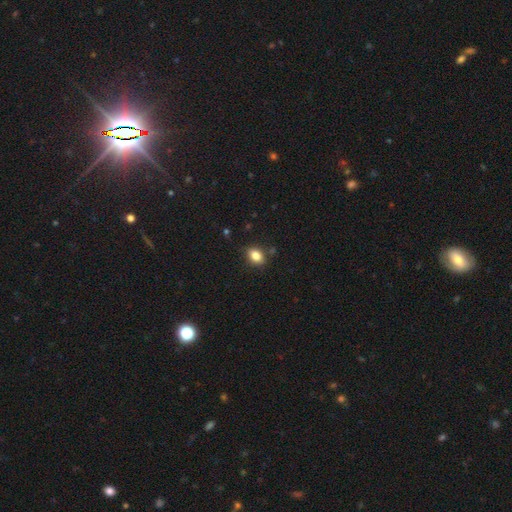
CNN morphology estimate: Smooth or featured? Predicted: smooth (p=0.85). How rounded? Predicted: in between (p=0.77). Merging? Predicted: none (p=0.83).